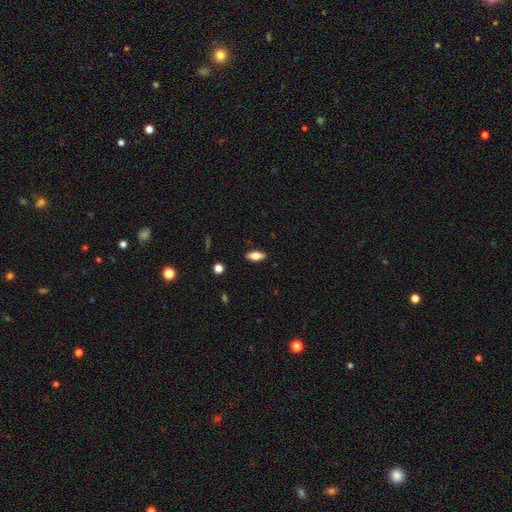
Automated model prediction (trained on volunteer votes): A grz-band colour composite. It shows a smooth galaxy with no disk features (74%) that is in between round and cigar-shaped (81%). Merging: none (88%).